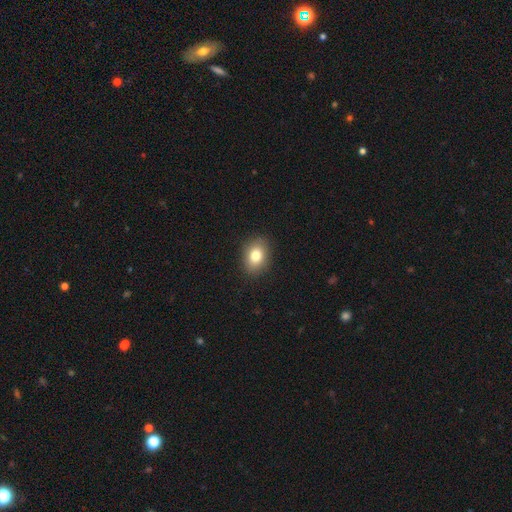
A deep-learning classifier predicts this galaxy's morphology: A smooth galaxy with no disk features (81%) that is in between round and cigar-shaped (69%).

Vote fractions:
- Smooth or featured? smooth: 81% / star or artifact: 10% / featured or disk: 9%
- How rounded? in between: 69% / round: 30% / cigar-shaped: 1%
- Merging? none: 89% / minor disturbance: 8% / major disturbance: 2% / merger: 1%